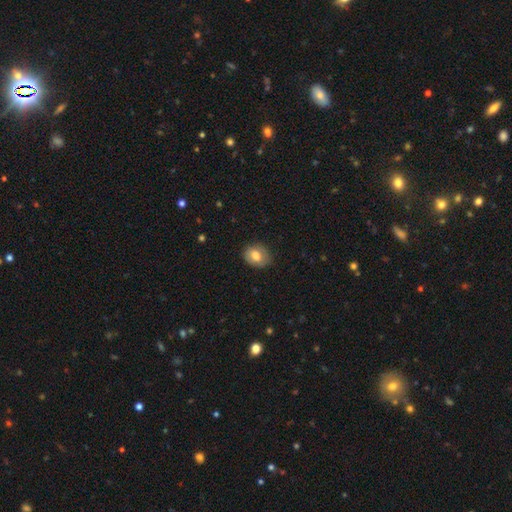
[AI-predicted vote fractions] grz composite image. It shows a smooth galaxy with no disk features (75%) that is in between round and cigar-shaped (54%). Merging: none (82%).